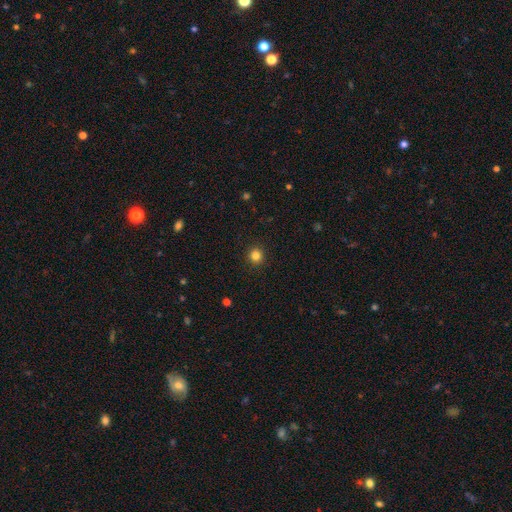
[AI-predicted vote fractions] smooth 83%, star or artifact 12%, featured or disk 4%. Down the decision tree: how rounded — round (93%); merging — none (92%).